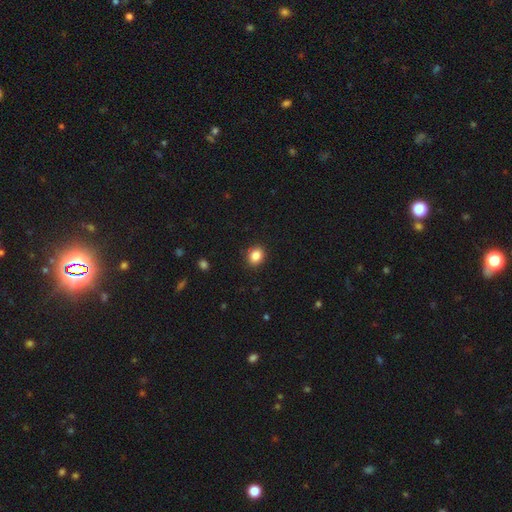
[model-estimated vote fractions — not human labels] This is clearly a smooth galaxy (86%). How rounded: likely round (61%). Merging: clearly none (89%).